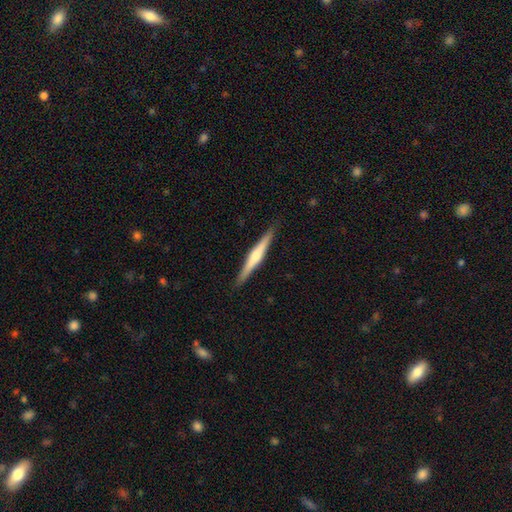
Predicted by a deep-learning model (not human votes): smooth_or_featured: featured or disk (p=0.61) [alt: smooth p=0.33]
disk_edge_on: yes (p=0.98) [alt: no p=0.02]
edge_on_bulge: rounded (p=0.76) [alt: none p=0.16]
merging: none (p=0.91) [alt: minor disturbance p=0.07]